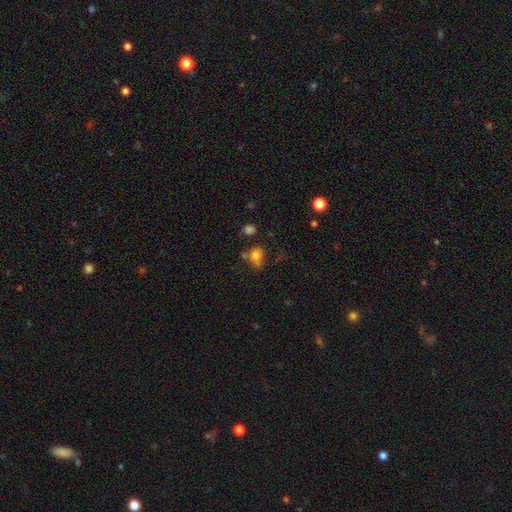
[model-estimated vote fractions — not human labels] Smooth or featured? smooth (75%)
How rounded? round (51%)
Merging? none (47%)